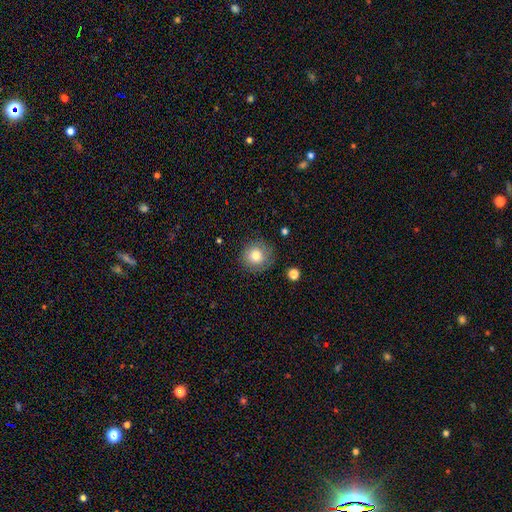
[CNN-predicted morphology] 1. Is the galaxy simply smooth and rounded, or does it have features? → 80% smooth, 10% star or artifact, 10% featured or disk.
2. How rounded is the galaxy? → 93% round, 6% in between, 1% cigar-shaped.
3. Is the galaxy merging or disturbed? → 84% none, 11% minor disturbance, 3% major disturbance, 2% merger.